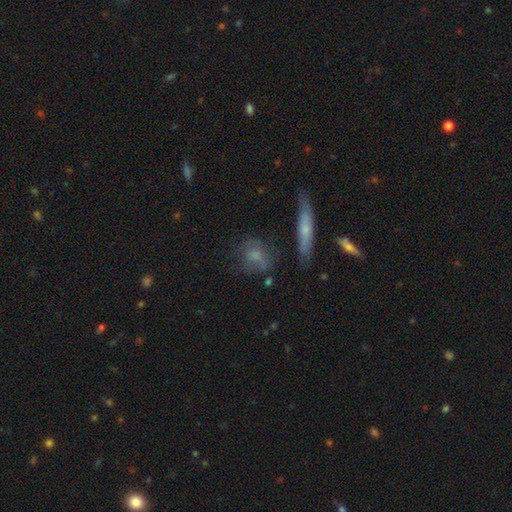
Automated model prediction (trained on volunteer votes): Smooth or featured?
  - smooth: 63% *
  - featured or disk: 24%
  - star or artifact: 13%
How rounded?
  - round: 48% *
  - in between: 39%
  - cigar-shaped: 13%
Merging?
  - none: 61% *
  - minor disturbance: 21%
  - major disturbance: 11%
  - merger: 6%